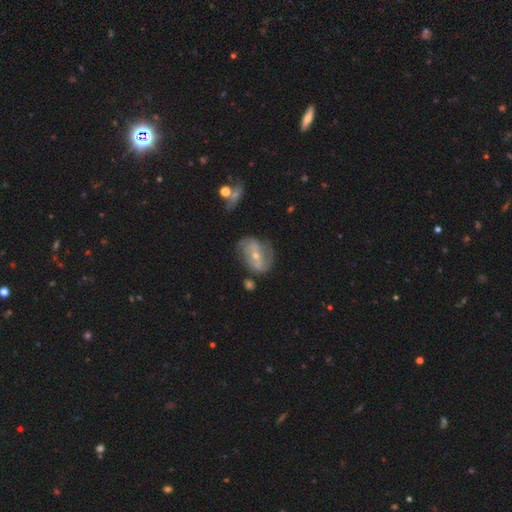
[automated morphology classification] smooth_or_featured: featured or disk (p=0.75) [alt: smooth p=0.18]
disk_edge_on: no (p=0.96) [alt: yes p=0.04]
bar: no (p=0.42) [alt: weak p=0.36]
has_spiral_arms: yes (p=0.82) [alt: no p=0.18]
spiral_winding: medium (p=0.39) [tied with: tight p=0.39]
spiral_arm_count: 2 (p=0.59) [alt: can't tell p=0.23]
bulge_size: small (p=0.56) [alt: moderate p=0.41]
merging: none (p=0.59) [alt: minor disturbance p=0.24]